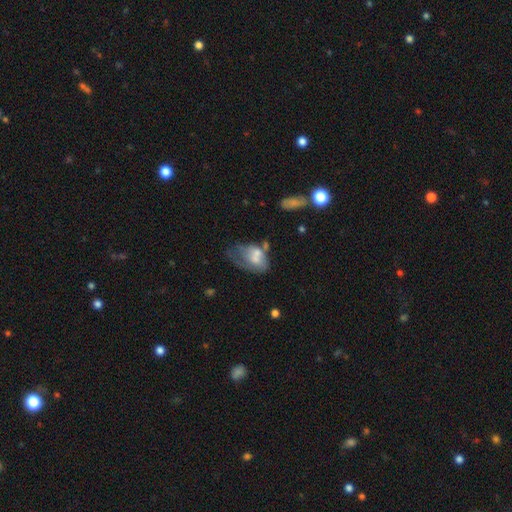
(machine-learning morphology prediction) smooth_or_featured: smooth (p=0.56) [alt: featured or disk p=0.35]
how_rounded: in between (p=0.84) [alt: round p=0.14]
merging: major disturbance (p=0.40) [alt: minor disturbance p=0.24]